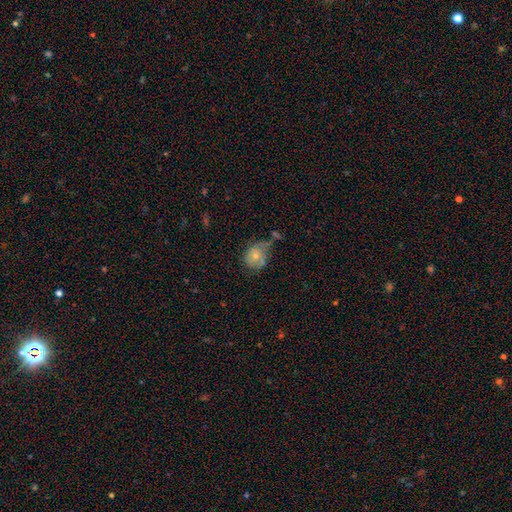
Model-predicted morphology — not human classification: This is likely a smooth galaxy (62%). How rounded: likely round (63%). Merging: marginally none (36%).